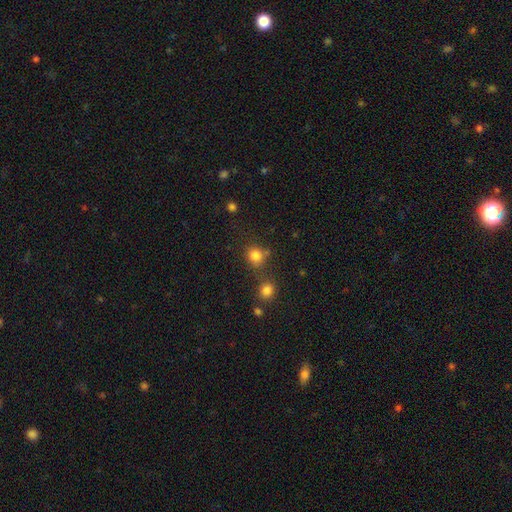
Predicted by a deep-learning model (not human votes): A smooth galaxy with no disk features (81%) that is round (84%). Merging: none (66%).